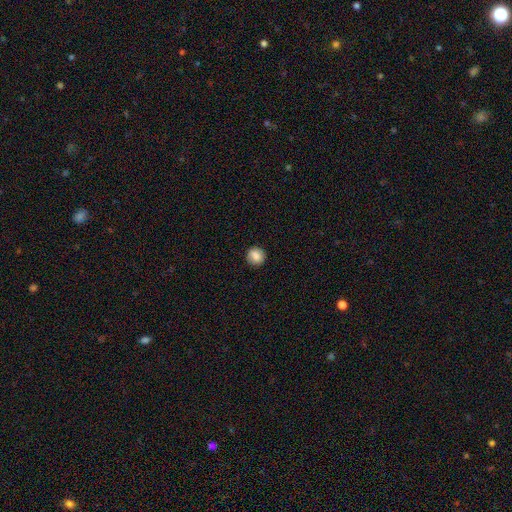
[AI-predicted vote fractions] Morphology: type=smooth (82%); roundness=round (87%); merging=none (87%).